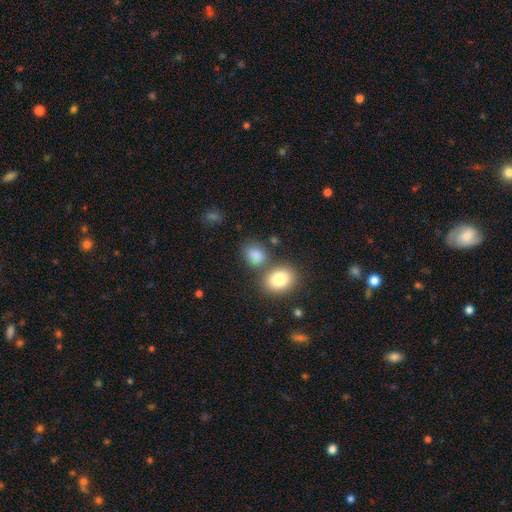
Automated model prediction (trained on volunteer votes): Q: Smooth or featured?
A: smooth (84%); runner-up: star or artifact (10%)
Q: How rounded?
A: in between (55%); runner-up: round (43%)
Q: Merging?
A: none (55%); runner-up: merger (27%)